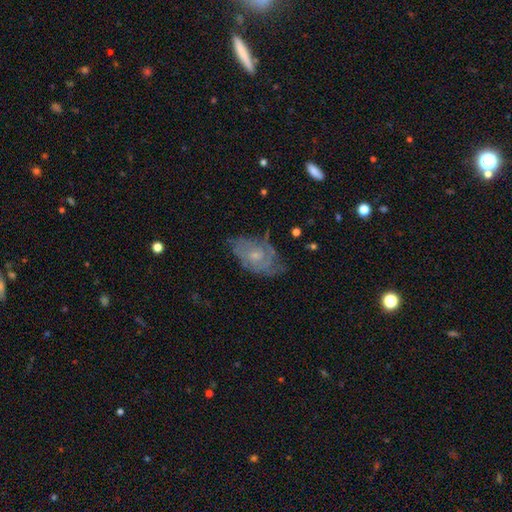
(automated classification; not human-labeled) featured or disk 68%, smooth 24%, star or artifact 8%. Down the decision tree: edge-on disk — no (96%); bar — no (76%); spiral arms — yes (79%); spiral arm count — can't tell (51%); spiral winding — tight (54%); bulge size — small (64%); merging — none (57%).